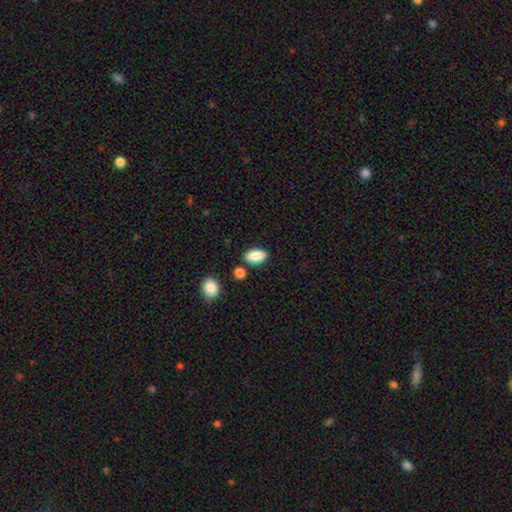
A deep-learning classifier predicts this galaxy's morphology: smooth 87%, star or artifact 7%, featured or disk 5%. Down the decision tree: how rounded — in between (90%); merging — none (81%).